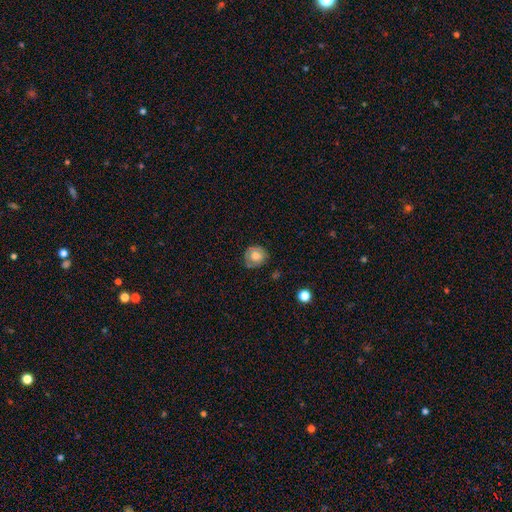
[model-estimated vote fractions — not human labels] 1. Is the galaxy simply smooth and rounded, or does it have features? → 64% smooth, 27% featured or disk, 9% star or artifact.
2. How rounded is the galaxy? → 82% round, 17% in between, 1% cigar-shaped.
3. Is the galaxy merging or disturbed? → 70% none, 21% minor disturbance, 7% major disturbance, 2% merger.